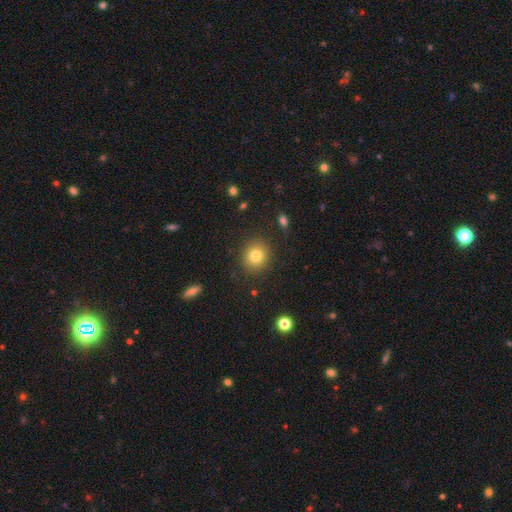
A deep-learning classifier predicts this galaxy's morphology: smooth_or_featured: smooth (p=0.81) [alt: star or artifact p=0.11]
how_rounded: round (p=0.83) [alt: in between p=0.16]
merging: none (p=0.88) [alt: minor disturbance p=0.08]